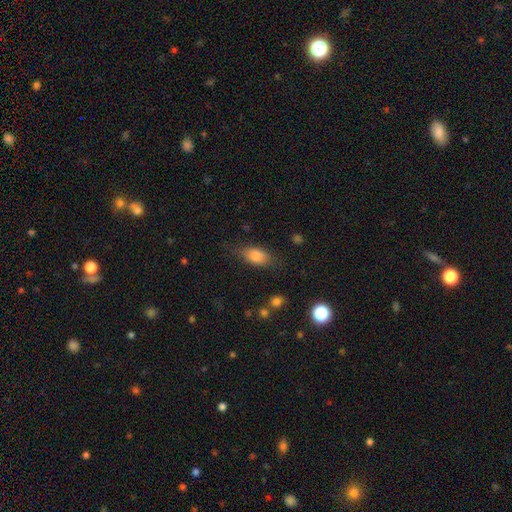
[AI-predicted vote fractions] Smooth or featured? smooth (80%)
How rounded? in between (84%)
Merging? none (72%)